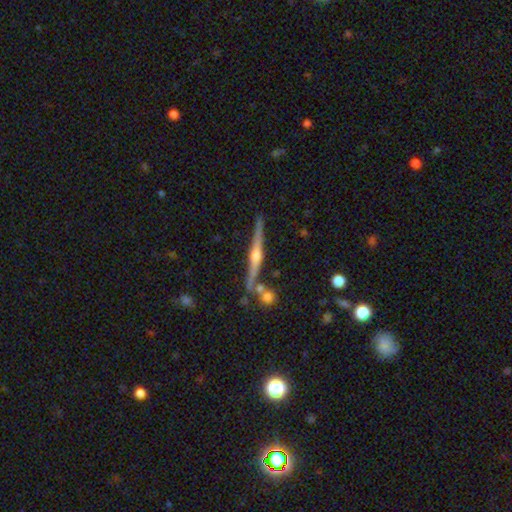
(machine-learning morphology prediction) A featured or disk galaxy (81%) viewed edge-on (98%) with a rounded central bulge (92%). Merging: none (82%).